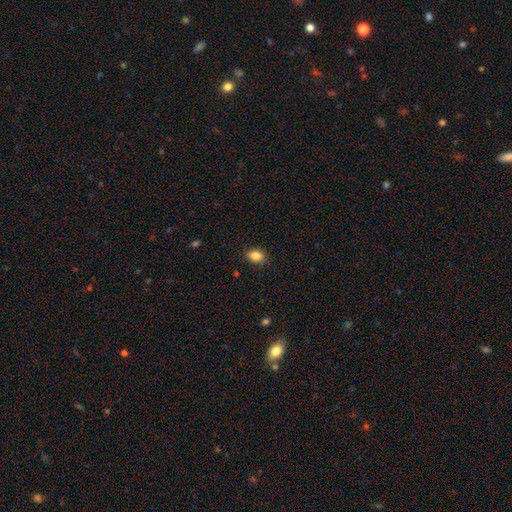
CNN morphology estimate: A smooth galaxy with no disk features (86%) that is in between round and cigar-shaped (80%). Merging: none (86%).